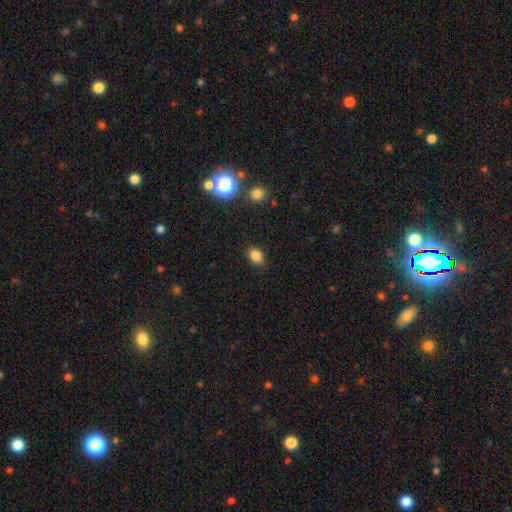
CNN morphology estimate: smooth-or-featured: smooth: 83% | star or artifact: 12% | featured or disk: 5%
  how-rounded: in between: 74% | round: 24% | cigar-shaped: 1%
  merging: none: 86% | minor disturbance: 10% | major disturbance: 3% | merger: 1%